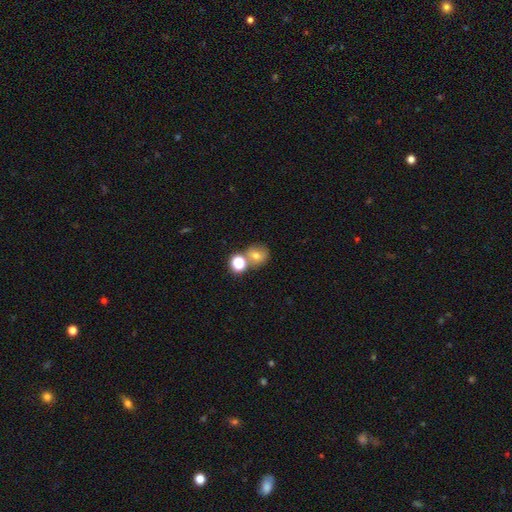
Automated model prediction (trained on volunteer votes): A smooth galaxy with no disk features (67%) that is round (75%). Merging: none (54%).